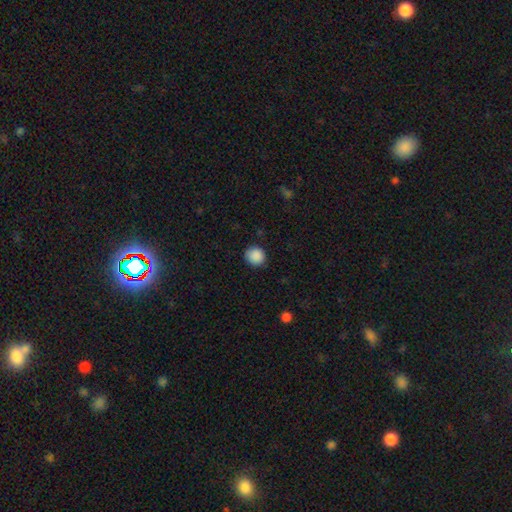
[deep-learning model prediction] This is clearly a smooth galaxy (89%). How rounded: clearly round (87%). Merging: clearly none (88%).